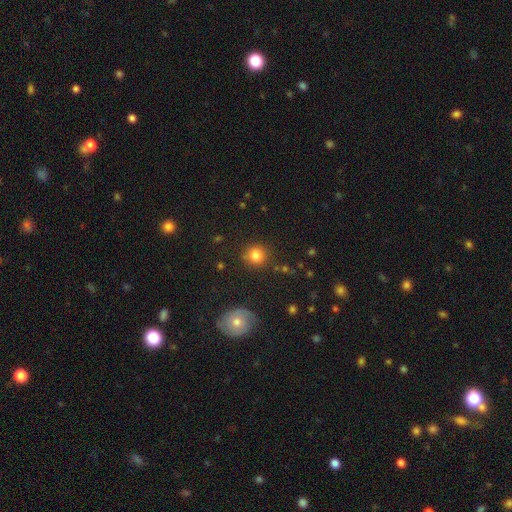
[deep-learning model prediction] Overall: smooth (82%). How rounded: round (83%). Merging: none (83%).